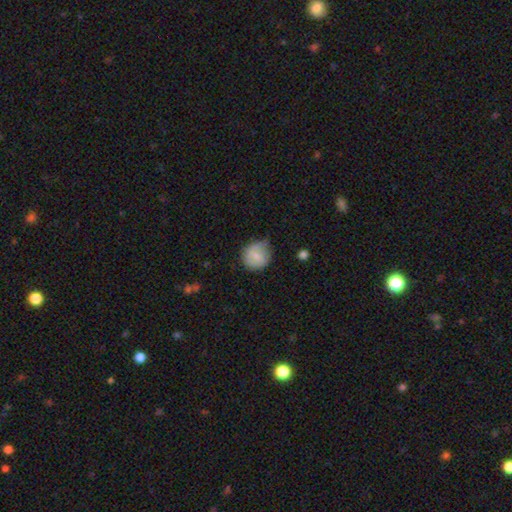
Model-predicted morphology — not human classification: A smooth galaxy with no disk features (67%) that is round (85%). Merging: none (53%).